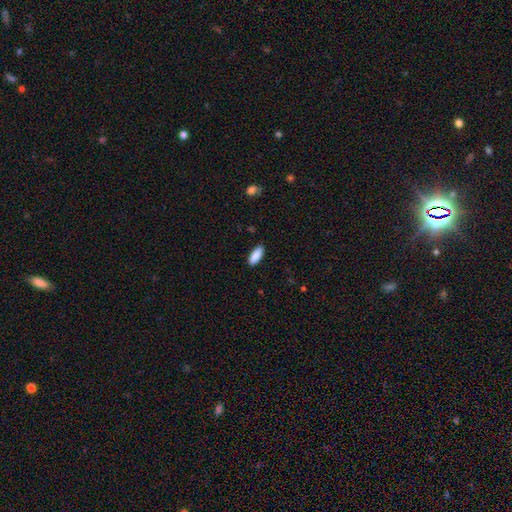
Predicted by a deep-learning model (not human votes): smooth_or_featured: smooth (p=0.90) [alt: star or artifact p=0.06]
how_rounded: in between (p=0.78) [alt: cigar-shaped p=0.21]
merging: none (p=0.88) [alt: minor disturbance p=0.09]